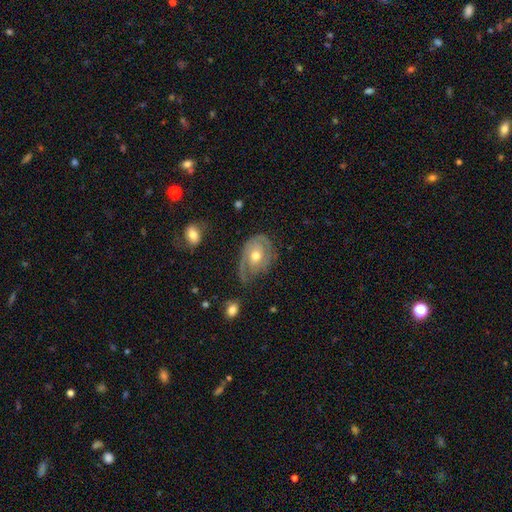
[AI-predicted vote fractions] smooth_or_featured: featured or disk (p=0.70) [alt: smooth p=0.23]
disk_edge_on: no (p=0.95) [alt: yes p=0.05]
bar: no (p=0.75) [alt: weak p=0.21]
has_spiral_arms: yes (p=0.83) [alt: no p=0.17]
spiral_winding: tight (p=0.48) [alt: medium p=0.33]
spiral_arm_count: 1 (p=0.37) [alt: 2 p=0.33]
bulge_size: moderate (p=0.69) [alt: small p=0.24]
merging: none (p=0.47) [alt: minor disturbance p=0.28]